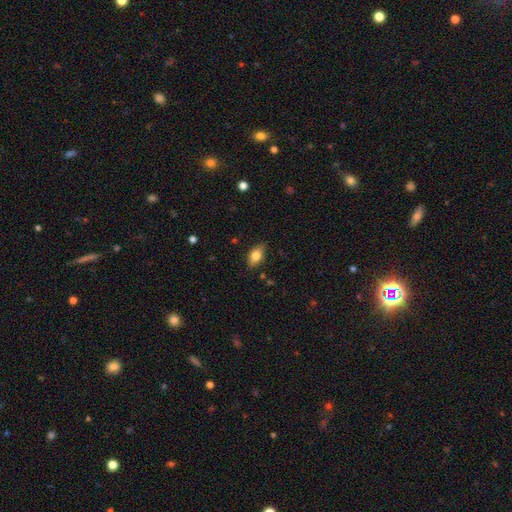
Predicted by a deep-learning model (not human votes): This is likely a smooth galaxy (75%). How rounded: clearly in between (86%). Merging: clearly none (81%).